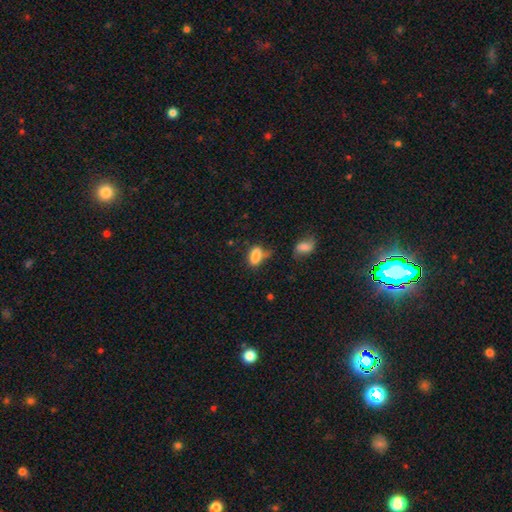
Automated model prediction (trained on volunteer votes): smooth-or-featured: smooth: 81% | star or artifact: 10% | featured or disk: 9%
  how-rounded: in between: 86% | round: 7% | cigar-shaped: 7%
  merging: none: 41% | minor disturbance: 29% | major disturbance: 16% | merger: 15%